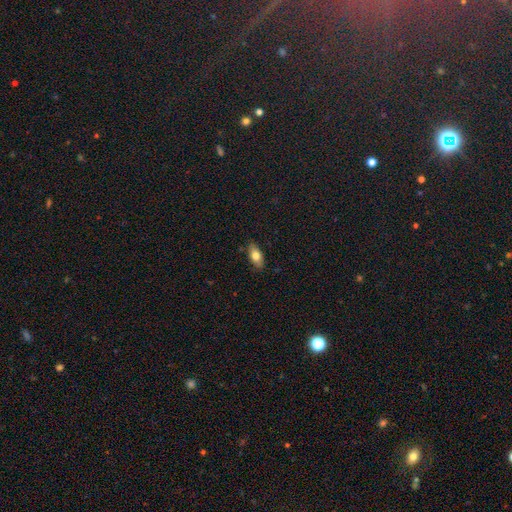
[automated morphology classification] A smooth galaxy with no disk features (76%) that is in between round and cigar-shaped (86%).

Vote fractions:
- Smooth or featured? smooth: 76% / featured or disk: 17% / star or artifact: 7%
- How rounded? in between: 86% / cigar-shaped: 10% / round: 4%
- Merging? none: 86% / minor disturbance: 11% / major disturbance: 2% / merger: 1%